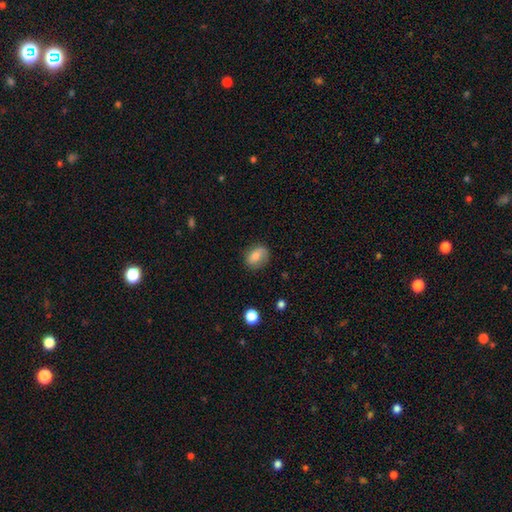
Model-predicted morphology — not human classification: smooth 76%, featured or disk 15%, star or artifact 9%. Down the decision tree: how rounded — in between (67%); merging — none (75%).